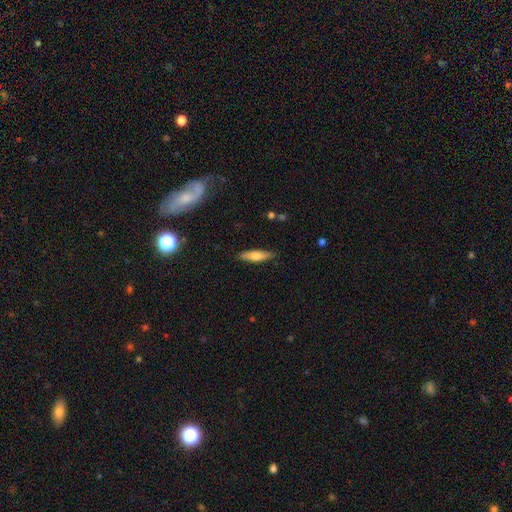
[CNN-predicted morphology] Q: Smooth or featured?
A: smooth (68%); runner-up: featured or disk (26%)
Q: How rounded?
A: cigar-shaped (70%); runner-up: in between (28%)
Q: Merging?
A: none (85%); runner-up: minor disturbance (11%)